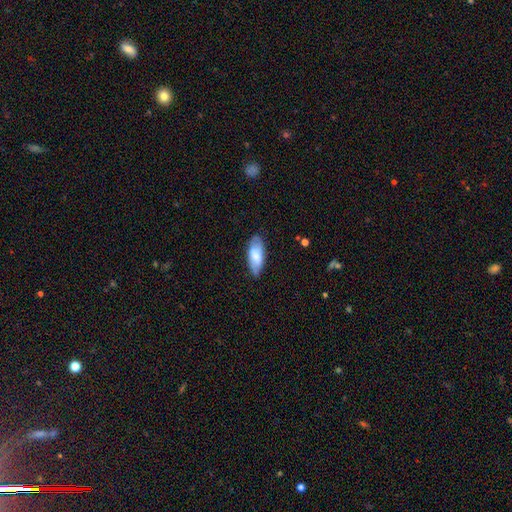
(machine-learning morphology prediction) Smooth or featured: smooth — 68% (featured or disk — 26%)
How rounded: in between — 80% (cigar-shaped — 18%)
Merging: none — 71% (minor disturbance — 22%)